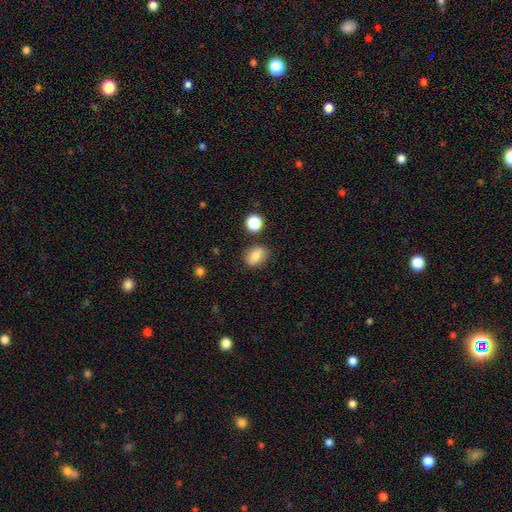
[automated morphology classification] The model was most divided on "how rounded": in between: 63%, round: 36%, cigar-shaped: 2%. More confident: smooth or featured — smooth (80%); merging — none (80%).